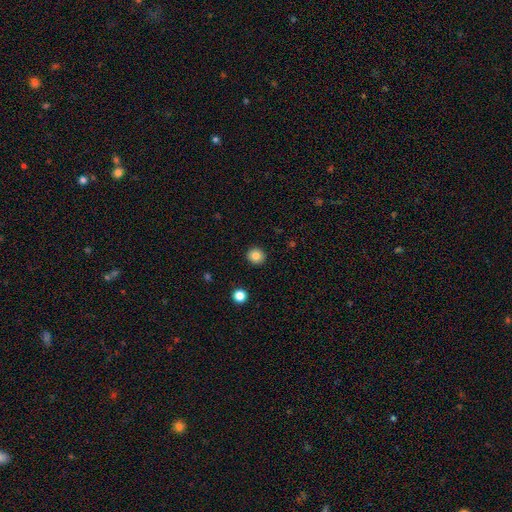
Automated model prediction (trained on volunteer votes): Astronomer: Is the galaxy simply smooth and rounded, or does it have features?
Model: smooth — 83%.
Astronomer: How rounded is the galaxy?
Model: round — 92%.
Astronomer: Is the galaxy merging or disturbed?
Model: none — 93%.